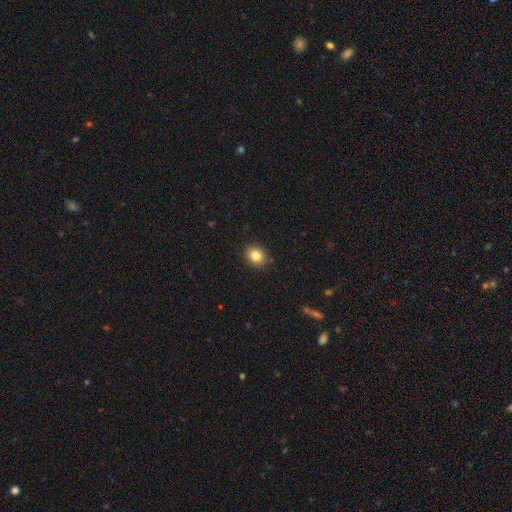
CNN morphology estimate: smooth-or-featured: smooth: 84% | star or artifact: 10% | featured or disk: 7%
  how-rounded: round: 55% | in between: 45% | cigar-shaped: 1%
  merging: none: 90% | minor disturbance: 7% | major disturbance: 2% | merger: 1%